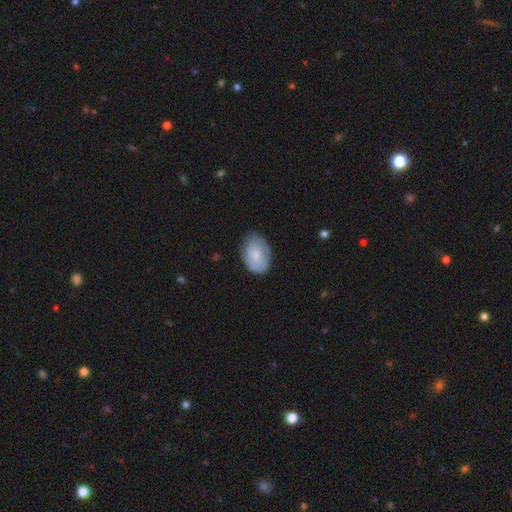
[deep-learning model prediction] This appears to be a smooth galaxy with no disk features (74%) that is in between round and cigar-shaped (87%). Merging: none (67%).